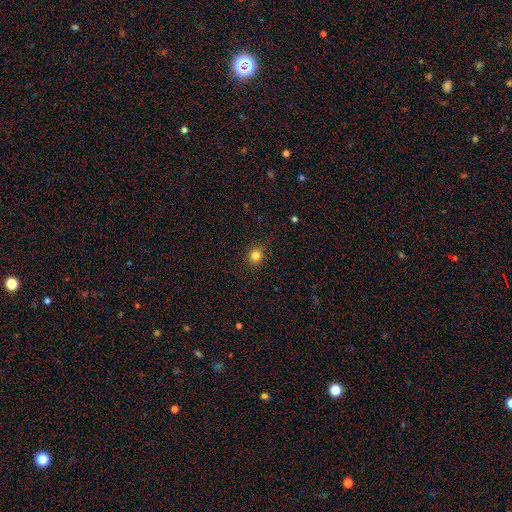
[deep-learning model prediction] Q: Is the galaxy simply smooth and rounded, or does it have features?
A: smooth — 82%.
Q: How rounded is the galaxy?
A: round — 89%.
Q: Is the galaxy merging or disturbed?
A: none — 90%.